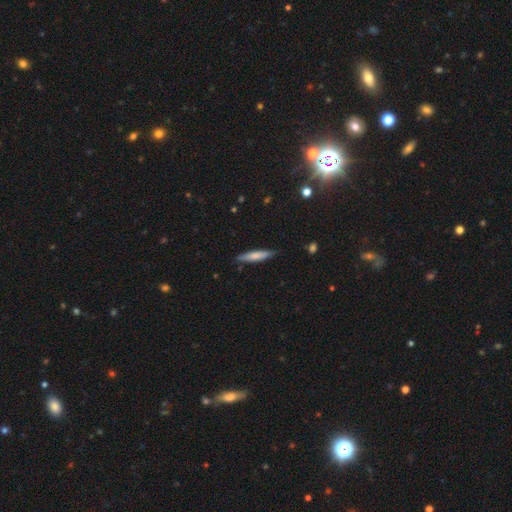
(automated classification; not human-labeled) This appears to be a smooth galaxy with no disk features (71%) that is cigar-shaped (87%). Merging: none (84%).